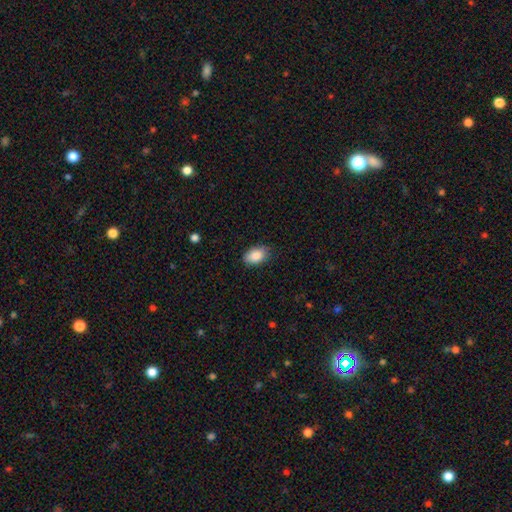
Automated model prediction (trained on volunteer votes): This appears to be a smooth galaxy with no disk features (88%) that is in between round and cigar-shaped (90%). Merging: none (81%).